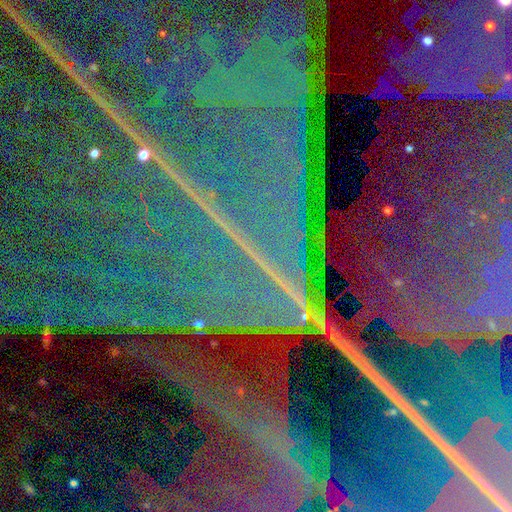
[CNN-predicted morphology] Smooth or featured? Predicted: star or artifact (p=0.90).